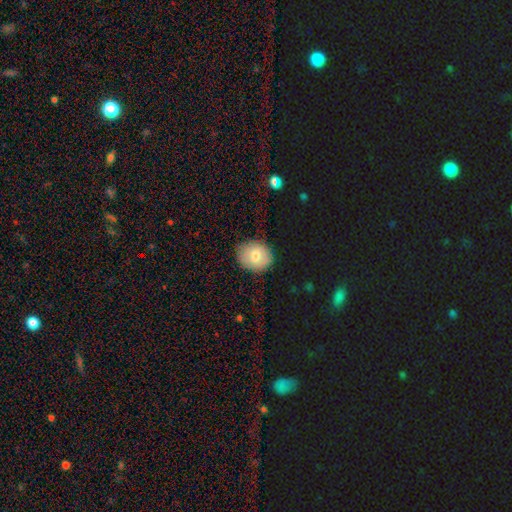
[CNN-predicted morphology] A smooth galaxy with no disk features (74%) that is round (65%). Merging: none (83%).